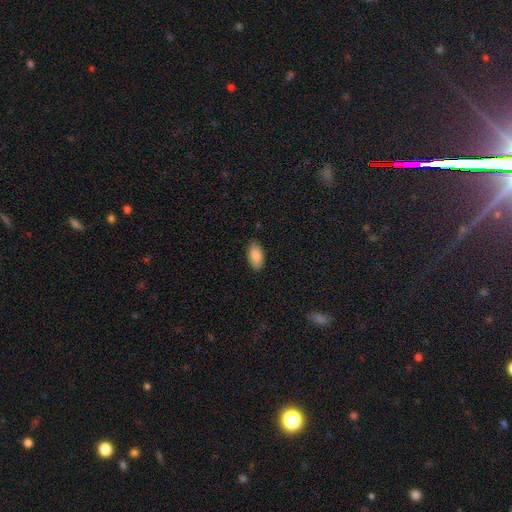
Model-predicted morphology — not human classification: smooth-or-featured: smooth: 87% | featured or disk: 7% | star or artifact: 6%
  how-rounded: in between: 94% | cigar-shaped: 4% | round: 2%
  merging: none: 85% | minor disturbance: 12% | major disturbance: 2% | merger: 1%